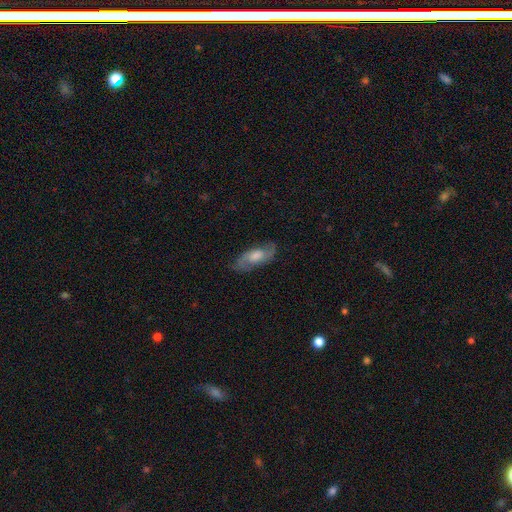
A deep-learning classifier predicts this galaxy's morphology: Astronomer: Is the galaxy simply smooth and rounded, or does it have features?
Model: featured or disk — 61%.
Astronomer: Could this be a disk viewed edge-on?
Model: no — 83%.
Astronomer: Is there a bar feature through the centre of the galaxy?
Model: no — 57% (runner-up: weak, 36%).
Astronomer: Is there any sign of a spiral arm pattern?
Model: yes — 85%.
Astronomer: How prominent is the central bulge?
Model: moderate — 45% (runner-up: large, 33%).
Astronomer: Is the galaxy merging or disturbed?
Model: none — 79%.